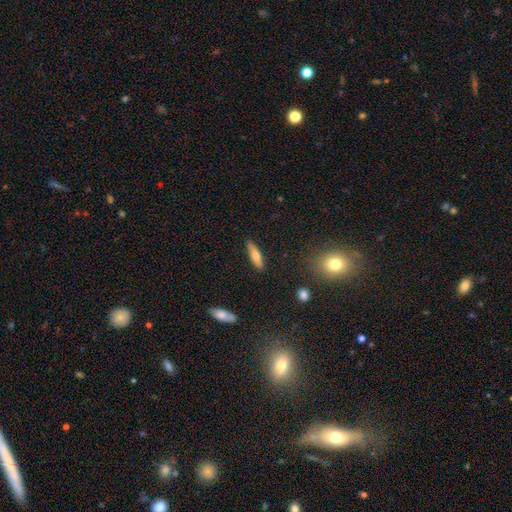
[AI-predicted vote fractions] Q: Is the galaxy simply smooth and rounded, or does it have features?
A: smooth — 68%.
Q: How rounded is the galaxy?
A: cigar-shaped — 65%.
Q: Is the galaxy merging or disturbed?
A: none — 86%.